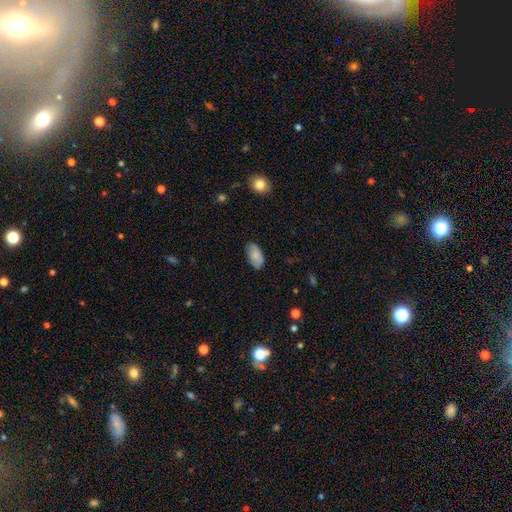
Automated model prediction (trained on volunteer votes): This appears to be a smooth galaxy with no disk features (78%) that is in between round and cigar-shaped (94%). Merging: none (73%).